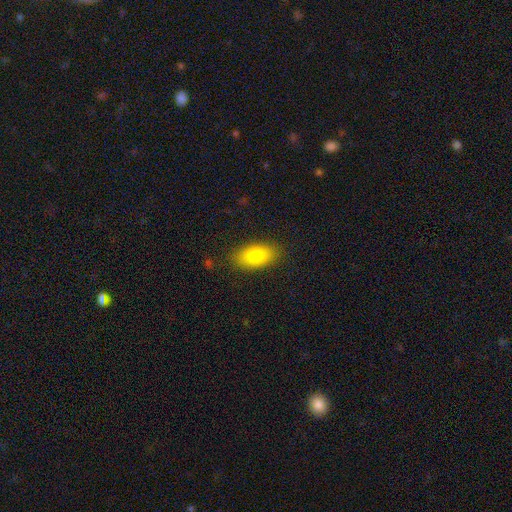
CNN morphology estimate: Smooth or featured: smooth — 82% (featured or disk — 11%)
How rounded: in between — 90% (cigar-shaped — 5%)
Merging: none — 86% (minor disturbance — 10%)